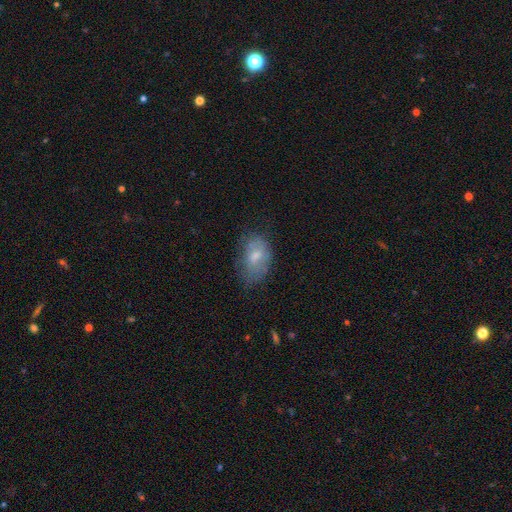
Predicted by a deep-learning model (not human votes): Smooth or featured?
  - smooth: 61% *
  - featured or disk: 31%
  - star or artifact: 9%
How rounded?
  - in between: 88% *
  - round: 10%
  - cigar-shaped: 2%
Merging?
  - none: 47% *
  - minor disturbance: 33%
  - major disturbance: 18%
  - merger: 2%